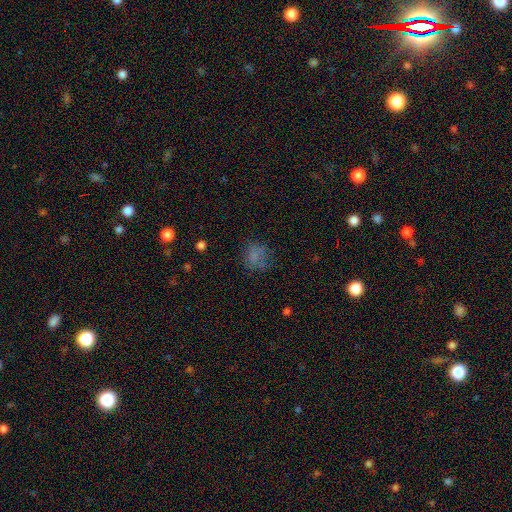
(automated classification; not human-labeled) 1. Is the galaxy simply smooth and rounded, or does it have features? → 69% smooth, 17% star or artifact, 13% featured or disk.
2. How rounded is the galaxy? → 69% round, 30% in between, 1% cigar-shaped.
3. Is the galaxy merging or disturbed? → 63% none, 20% minor disturbance, 15% major disturbance, 2% merger.